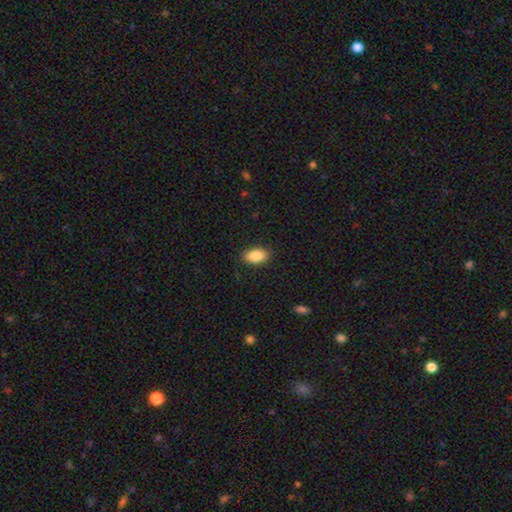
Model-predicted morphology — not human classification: Overall: smooth (88%). How rounded: in between (92%). Merging: none (88%).